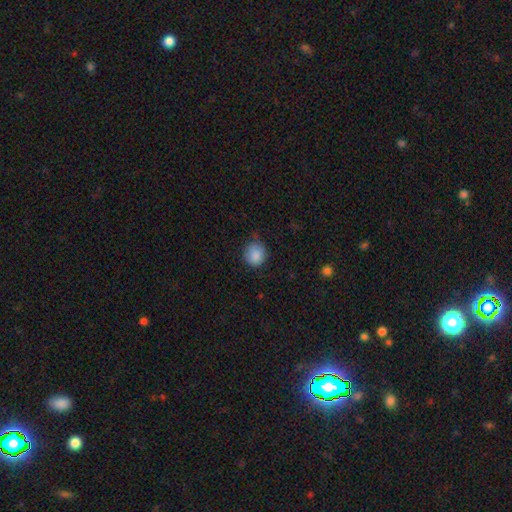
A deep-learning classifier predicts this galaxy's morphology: Smooth or featured? smooth (87%)
How rounded? round (84%)
Merging? none (69%)